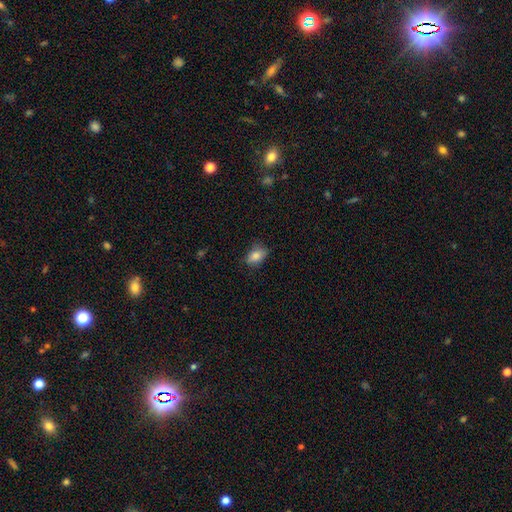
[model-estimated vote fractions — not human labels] A smooth galaxy with no disk features (81%) that is in between round and cigar-shaped (82%).

Vote fractions:
- Smooth or featured? smooth: 81% / featured or disk: 10% / star or artifact: 9%
- How rounded? in between: 82% / round: 15% / cigar-shaped: 3%
- Merging? none: 69% / minor disturbance: 24% / major disturbance: 5% / merger: 1%